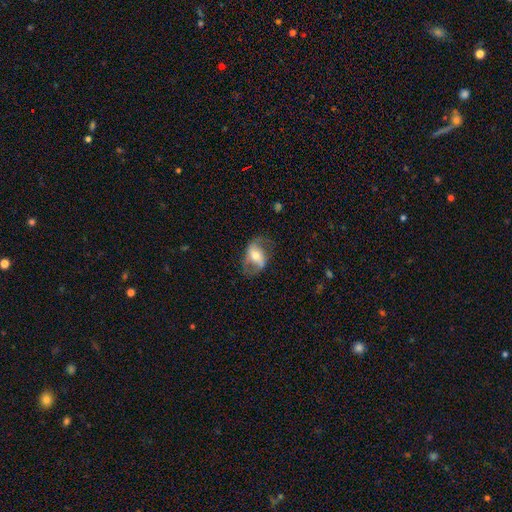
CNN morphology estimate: type=featured or disk (65%); edge-on=no (93%); bar=strong (37%); spiral arms=yes (76%); bulge=moderate (61%); merging=none (67%).